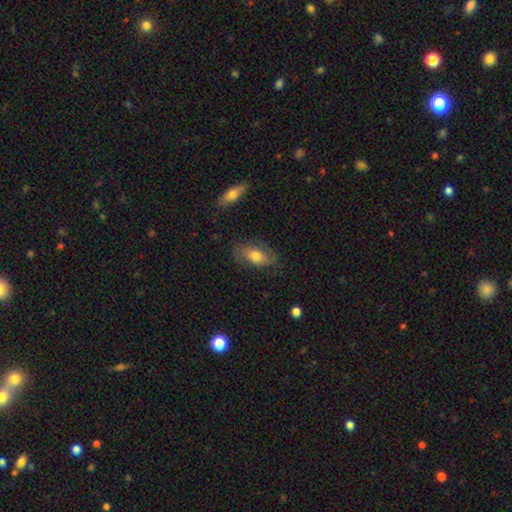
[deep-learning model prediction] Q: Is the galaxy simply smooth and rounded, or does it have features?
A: smooth — 68%.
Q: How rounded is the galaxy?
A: in between — 89%.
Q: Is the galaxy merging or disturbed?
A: none — 73%.